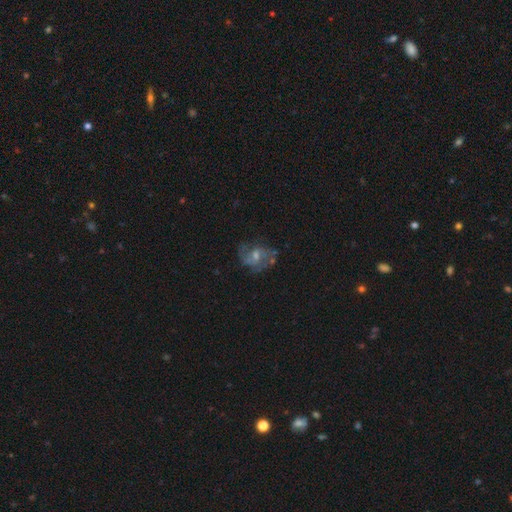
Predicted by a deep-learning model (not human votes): Q: Smooth or featured?
A: featured or disk (67%); runner-up: smooth (19%)
Q: Edge-on disk?
A: no (97%); runner-up: yes (3%)
Q: Bar?
A: no (54%); runner-up: weak (39%)
Q: Spiral arms?
A: yes (77%); runner-up: no (23%)
Q: Spiral winding?
A: medium (47%); runner-up: loose (28%)
Q: Spiral arm count?
A: 2 (43%); runner-up: can't tell (30%)
Q: Bulge size?
A: moderate (46%); runner-up: small (43%)
Q: Merging?
A: none (61%); runner-up: minor disturbance (20%)